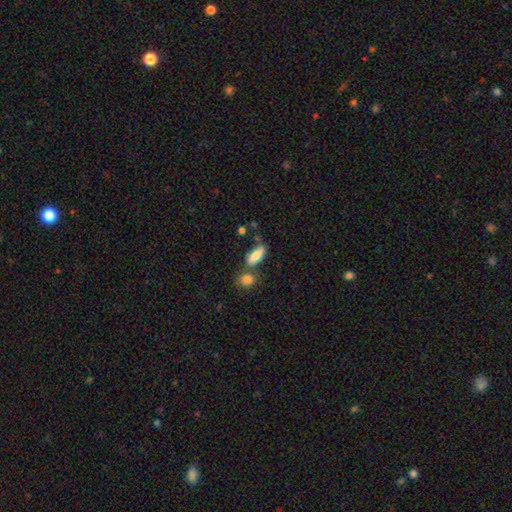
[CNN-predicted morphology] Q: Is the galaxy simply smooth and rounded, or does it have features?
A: smooth — 83%.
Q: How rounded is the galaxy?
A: in between — 74%.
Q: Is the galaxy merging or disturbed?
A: none — 55%.